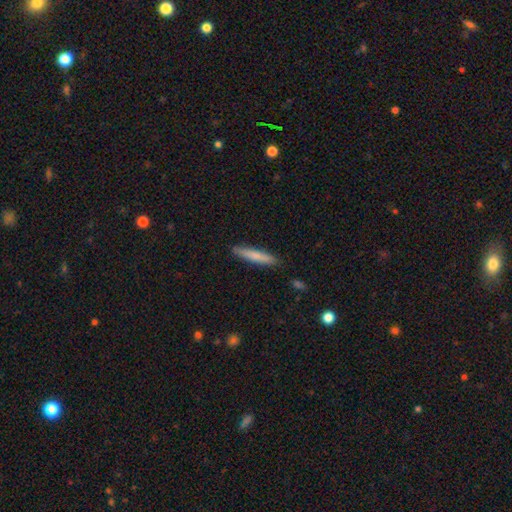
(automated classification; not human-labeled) Smooth or featured?
  - smooth: 77% *
  - featured or disk: 17%
  - star or artifact: 6%
How rounded?
  - cigar-shaped: 92% *
  - in between: 7%
  - round: 1%
Merging?
  - none: 88% *
  - minor disturbance: 9%
  - major disturbance: 2%
  - merger: 1%